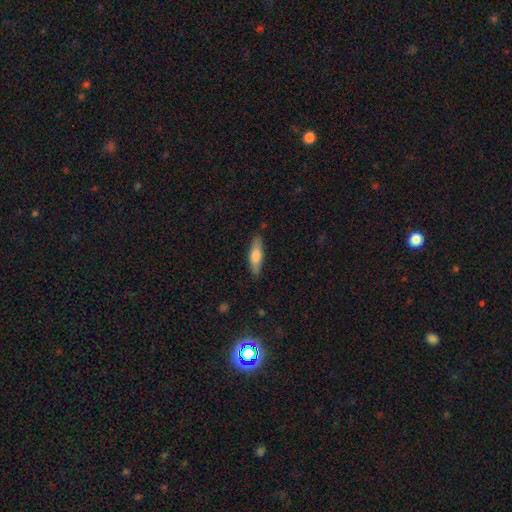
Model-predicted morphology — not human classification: smooth_or_featured: smooth (p=0.64) [alt: featured or disk p=0.29]
how_rounded: cigar-shaped (p=0.60) [alt: in between p=0.38]
merging: none (p=0.85) [alt: minor disturbance p=0.11]